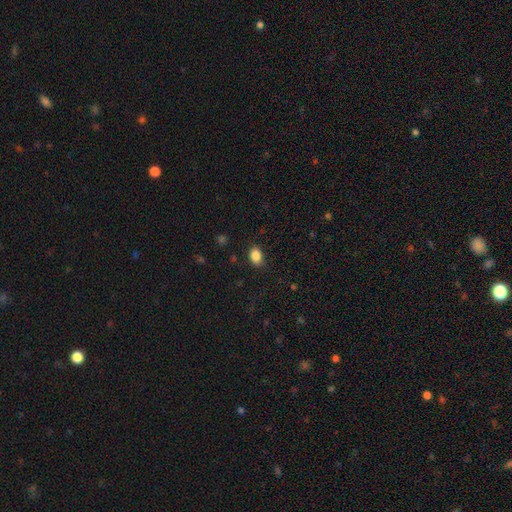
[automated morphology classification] A smooth galaxy with no disk features (86%) that is in between round and cigar-shaped (79%). Merging: none (82%).